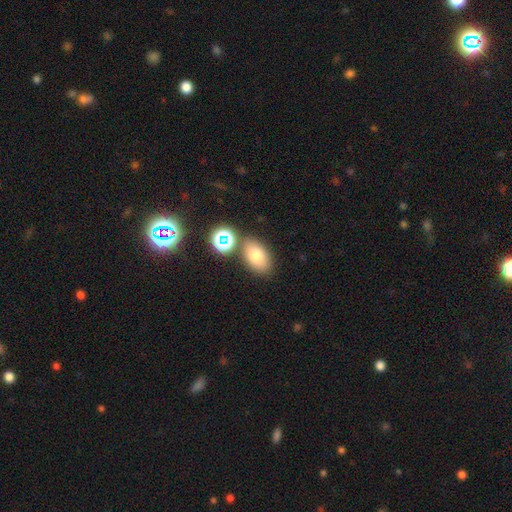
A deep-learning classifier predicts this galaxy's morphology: Overall: smooth (77%). How rounded: in between (87%). Merging: none (75%).